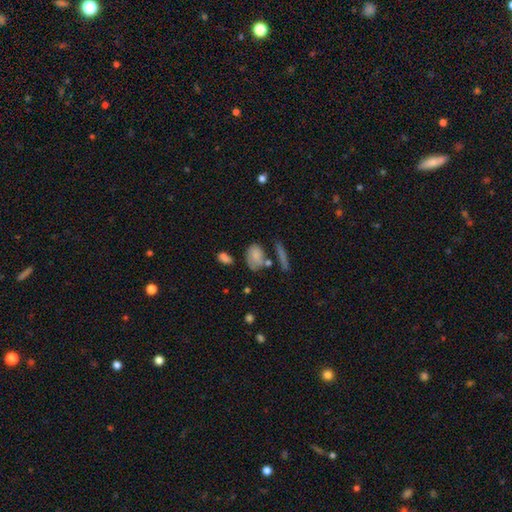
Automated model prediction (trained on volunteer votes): This appears to be a smooth galaxy with no disk features (72%) that is in between round and cigar-shaped (75%). Merging: none (45%).